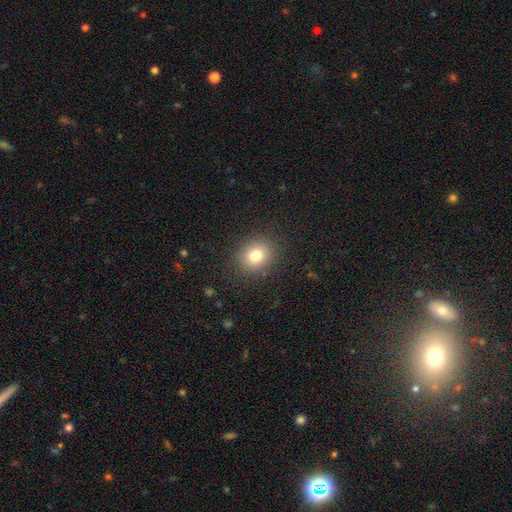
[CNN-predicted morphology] The model was most divided on "how rounded": round: 66%, in between: 33%, cigar-shaped: 1%. More confident: merging — none (87%); smooth or featured — smooth (80%).